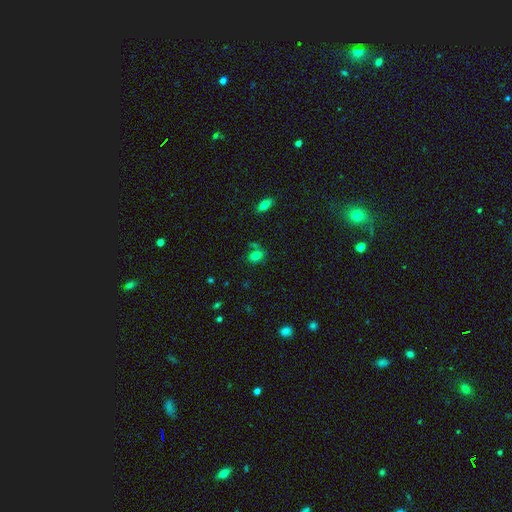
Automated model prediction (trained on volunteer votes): Morphology: type=smooth (76%); roundness=in between (60%); merging=none (63%).